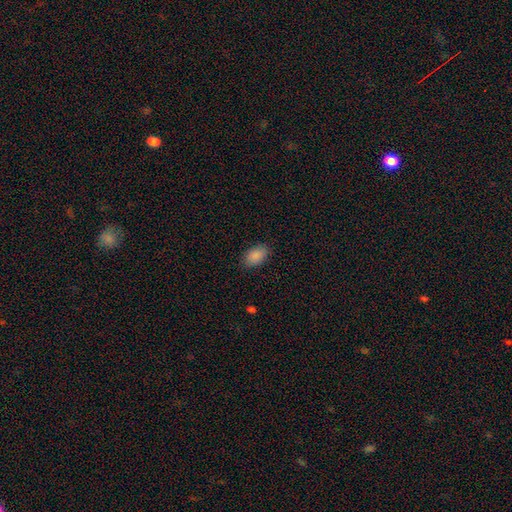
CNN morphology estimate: type=smooth (89%); roundness=in between (92%); merging=none (86%).